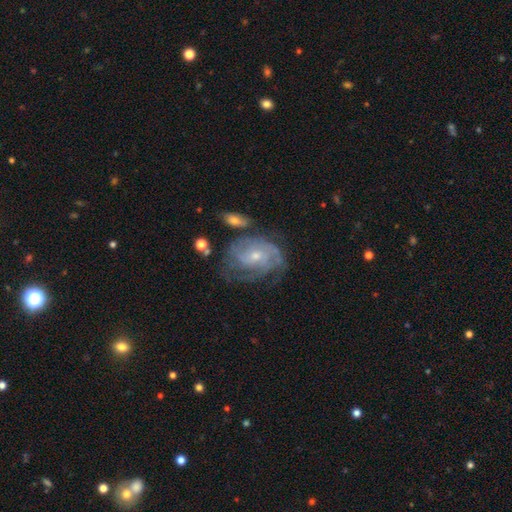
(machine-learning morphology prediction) featured or disk 80%, smooth 12%, star or artifact 7%. Down the decision tree: edge-on disk — no (97%); bar — no (64%); spiral arms — yes (91%); spiral arm count — can't tell (38%); spiral winding — tight (53%); bulge size — small (59%); merging — none (55%).